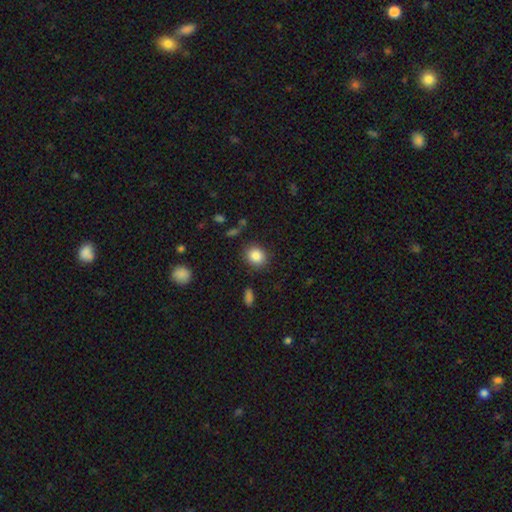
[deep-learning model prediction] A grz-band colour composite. It shows a smooth galaxy with no disk features (86%) that is round (74%). Merging: none (86%).